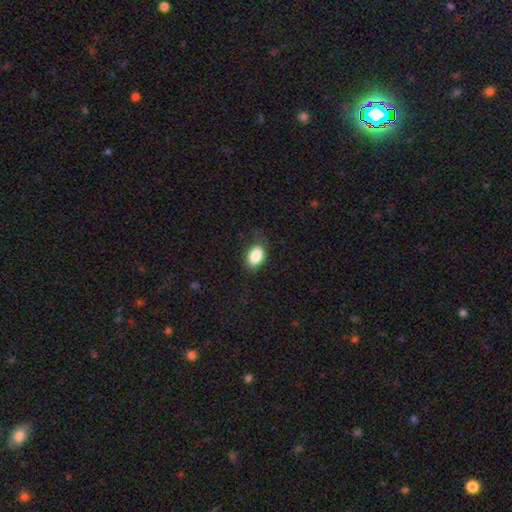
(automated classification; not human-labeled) smooth 86%, star or artifact 8%, featured or disk 6%. Down the decision tree: how rounded — in between (88%); merging — none (76%).